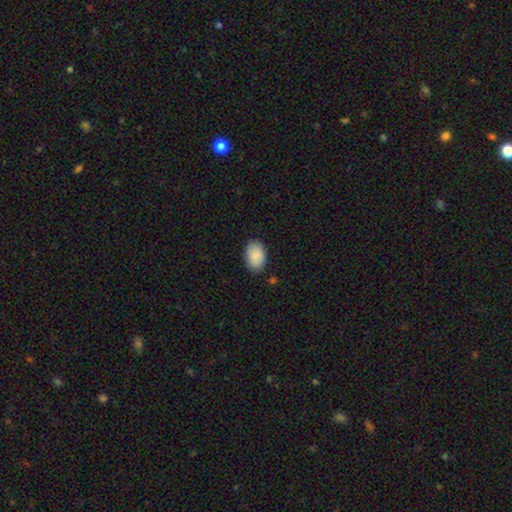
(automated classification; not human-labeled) smooth-or-featured: smooth: 88% | star or artifact: 6% | featured or disk: 6%
  how-rounded: in between: 89% | round: 10% | cigar-shaped: 1%
  merging: none: 85% | minor disturbance: 11% | major disturbance: 2% | merger: 1%